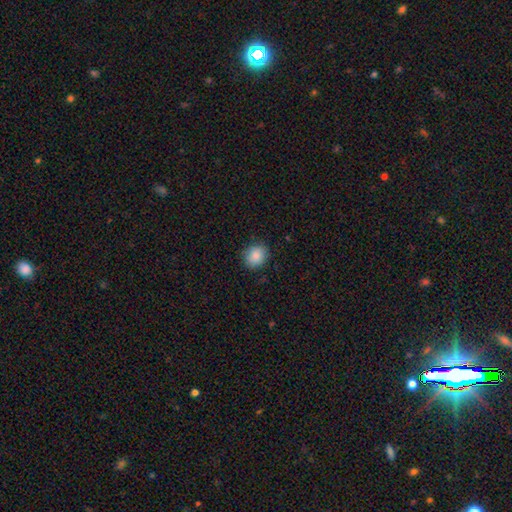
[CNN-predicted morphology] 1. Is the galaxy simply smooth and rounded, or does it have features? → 88% smooth, 8% star or artifact, 4% featured or disk.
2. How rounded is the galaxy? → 72% round, 28% in between, 1% cigar-shaped.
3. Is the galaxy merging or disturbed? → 87% none, 10% minor disturbance, 3% major disturbance, 1% merger.